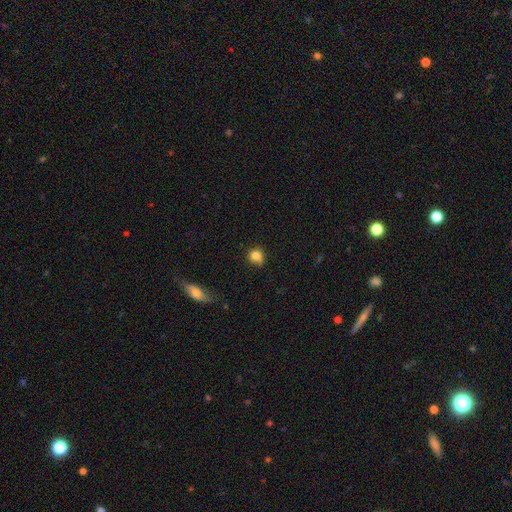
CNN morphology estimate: smooth-or-featured: smooth: 79% | star or artifact: 11% | featured or disk: 10%
  how-rounded: round: 78% | in between: 21% | cigar-shaped: 1%
  merging: none: 52% | minor disturbance: 32% | major disturbance: 12% | merger: 5%